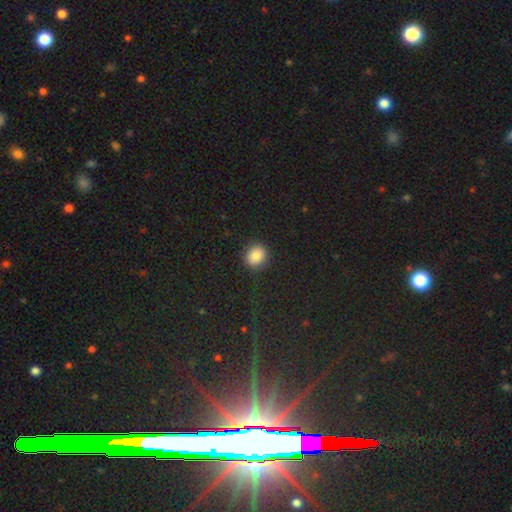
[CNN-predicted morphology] A smooth galaxy with no disk features (85%) that is round (75%). Merging: none (89%).